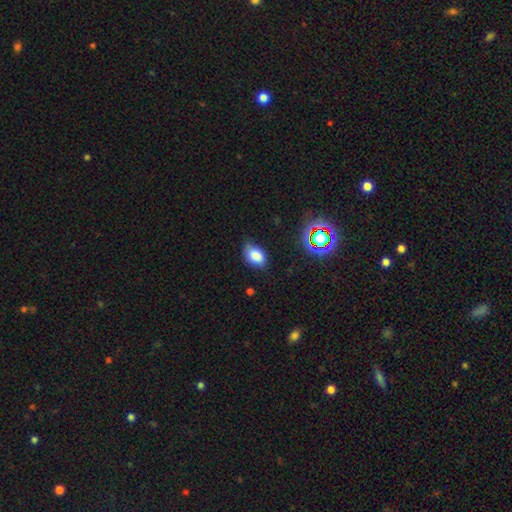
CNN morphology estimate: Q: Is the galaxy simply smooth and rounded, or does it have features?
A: smooth — 81%.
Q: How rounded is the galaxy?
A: in between — 85%.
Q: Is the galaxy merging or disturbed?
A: none — 68%.